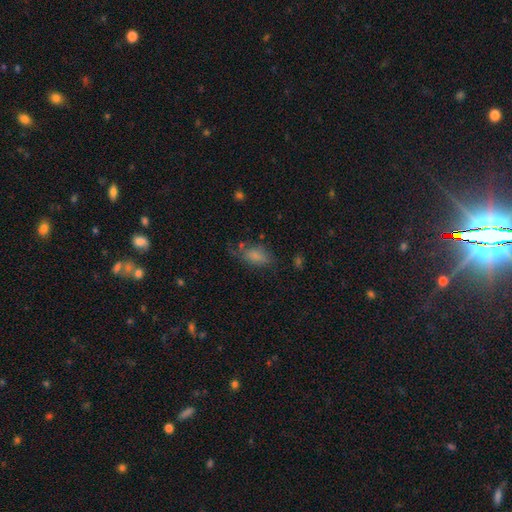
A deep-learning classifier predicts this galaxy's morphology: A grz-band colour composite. It shows a smooth galaxy with no disk features (73%) that is in between round and cigar-shaped (88%). Merging: none (44%).